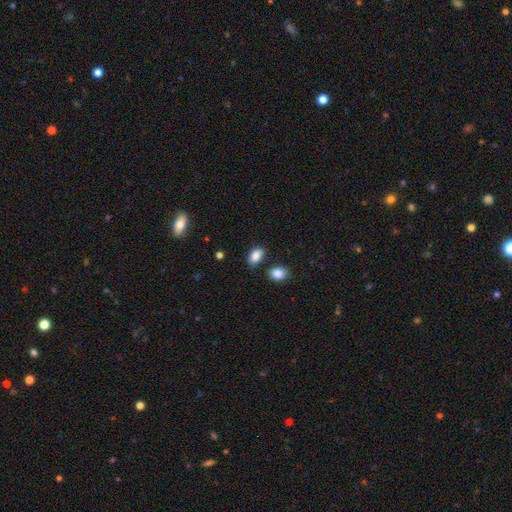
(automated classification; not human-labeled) smooth-or-featured: smooth: 86% | star or artifact: 8% | featured or disk: 6%
  how-rounded: in between: 90% | round: 8% | cigar-shaped: 2%
  merging: none: 72% | minor disturbance: 17% | merger: 8% | major disturbance: 4%